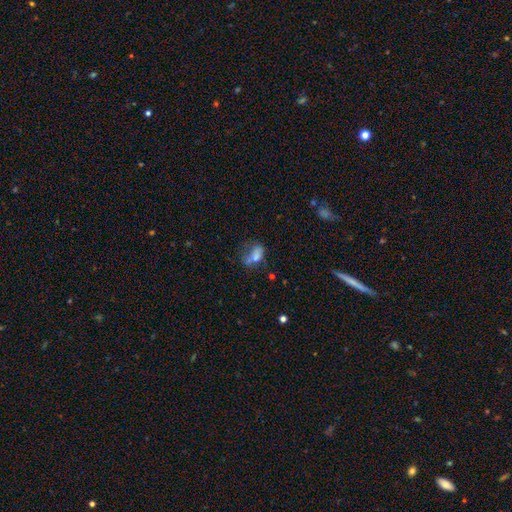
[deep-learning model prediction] smooth-or-featured: smooth: 65% | featured or disk: 22% | star or artifact: 13%
  how-rounded: in between: 81% | round: 13% | cigar-shaped: 6%
  merging: major disturbance: 32% | none: 29% | minor disturbance: 25% | merger: 14%